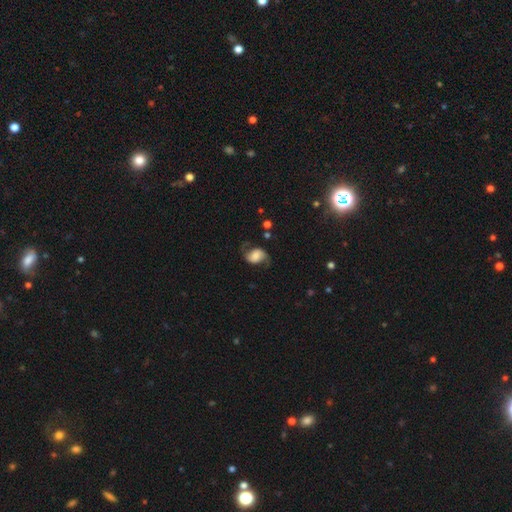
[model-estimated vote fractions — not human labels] Overall: featured or disk (63%; smooth 28%). Edge-on disk: no (97%). Bar: no (52%; weak 35%). Spiral arms: yes (92%). Spiral arm count: 2 (91%). Spiral winding: loose (55%; medium 35%). Bulge size: large (27%; moderate 21%). Merging: none (65%).